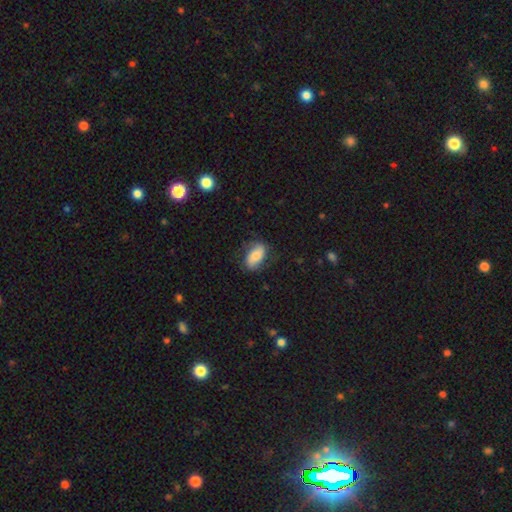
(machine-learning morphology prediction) Smooth or featured?
  - smooth: 61% *
  - featured or disk: 31%
  - star or artifact: 7%
How rounded?
  - in between: 89% *
  - round: 7%
  - cigar-shaped: 4%
Merging?
  - none: 73% *
  - minor disturbance: 19%
  - major disturbance: 7%
  - merger: 1%